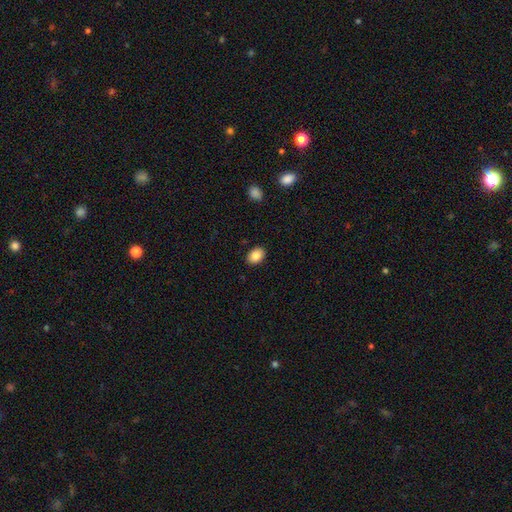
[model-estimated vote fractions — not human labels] Smooth or featured?
  - smooth: 85% *
  - star or artifact: 8%
  - featured or disk: 7%
How rounded?
  - in between: 80% *
  - round: 19%
  - cigar-shaped: 1%
Merging?
  - none: 89% *
  - minor disturbance: 8%
  - major disturbance: 2%
  - merger: 1%